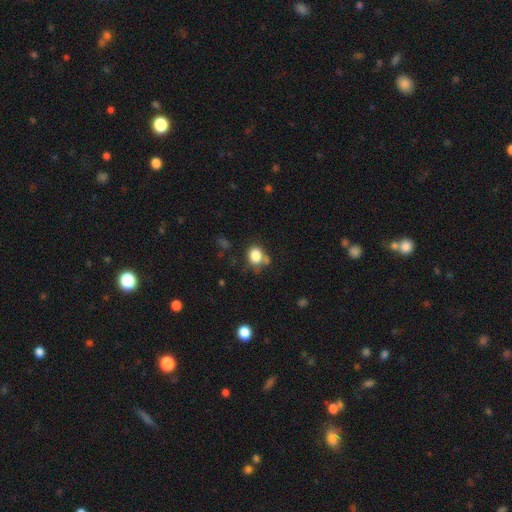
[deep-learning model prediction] Smooth or featured? Predicted: smooth (p=0.82). How rounded? Predicted: round (p=0.59). Merging? Predicted: none (p=0.59).